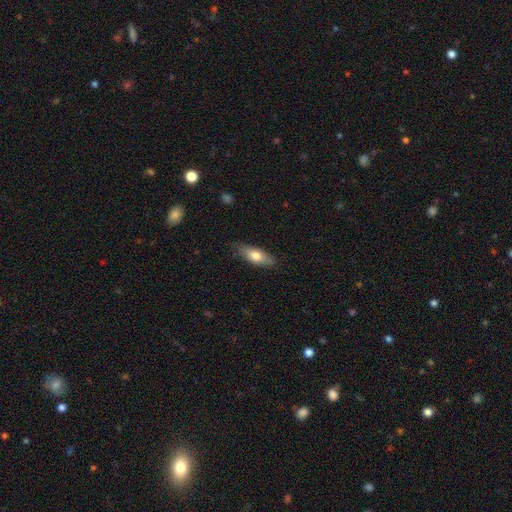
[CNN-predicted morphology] smooth 70%, featured or disk 24%, star or artifact 6%. Down the decision tree: how rounded — in between (65%); merging — none (78%).